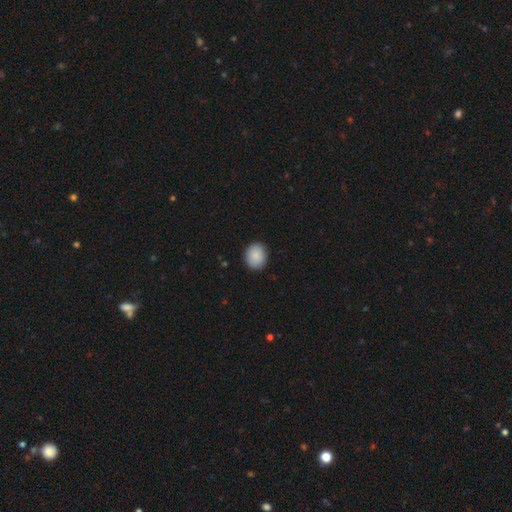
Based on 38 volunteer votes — smooth_or_featured: smooth (p=0.95) [alt: featured or disk p=0.05]
how_rounded: round (p=0.83) [alt: in between p=0.17]
merging: none (p=0.95) [alt: minor disturbance p=0.05]